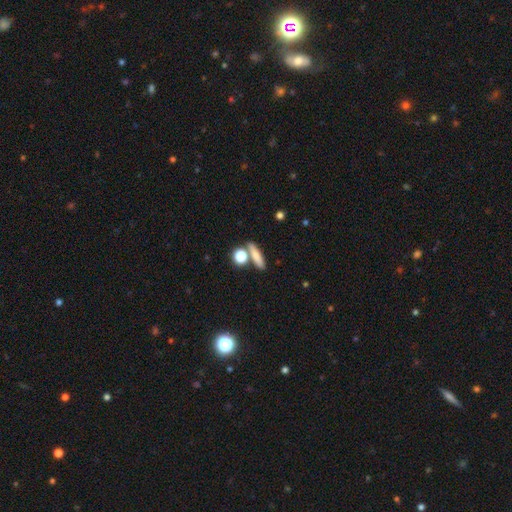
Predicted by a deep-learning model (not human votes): A smooth galaxy with no disk features (76%) that is cigar-shaped (51%).

Vote fractions:
- Smooth or featured? smooth: 76% / featured or disk: 14% / star or artifact: 9%
- How rounded? cigar-shaped: 51% / in between: 27% / round: 22%
- Merging? none: 69% / merger: 17% / minor disturbance: 11% / major disturbance: 4%